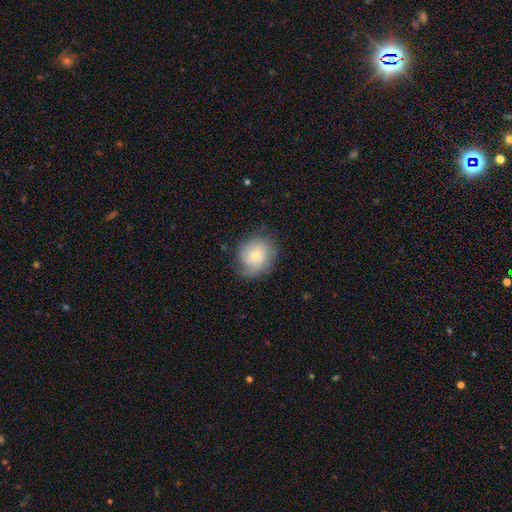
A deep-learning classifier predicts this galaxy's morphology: Overall: smooth (55%; featured or disk 37%). How rounded: round (72%). Merging: none (69%).